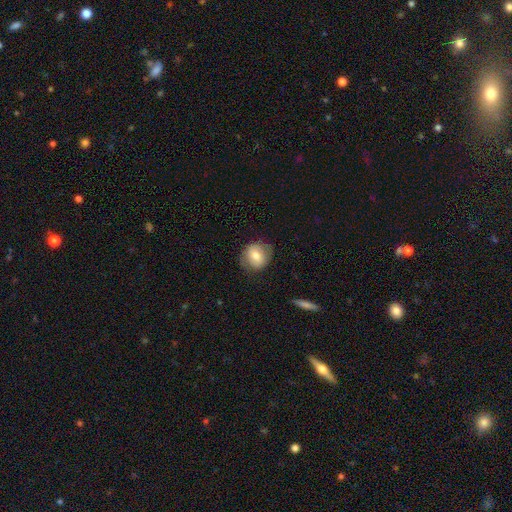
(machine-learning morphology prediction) This appears to be a smooth galaxy with no disk features (62%) that is round (71%). Merging: none (75%).